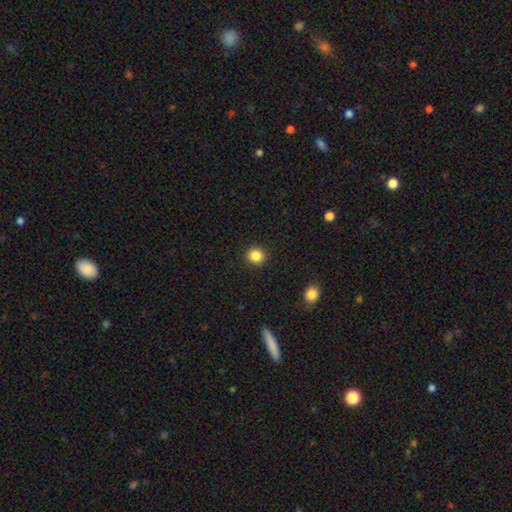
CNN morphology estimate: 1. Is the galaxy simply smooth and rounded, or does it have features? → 85% smooth, 11% star or artifact, 4% featured or disk.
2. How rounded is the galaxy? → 88% round, 11% in between, 1% cigar-shaped.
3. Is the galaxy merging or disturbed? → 92% none, 5% minor disturbance, 2% major disturbance, 1% merger.